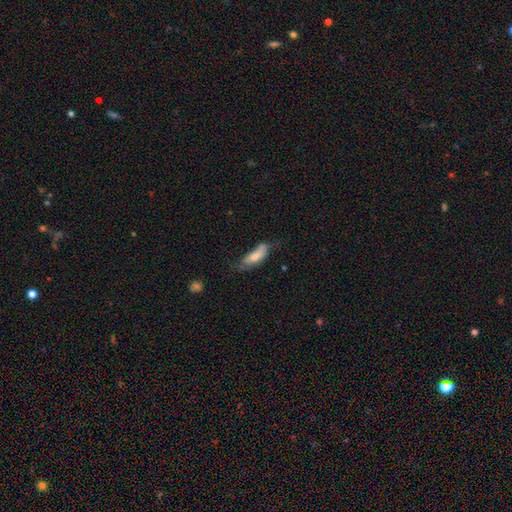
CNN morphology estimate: Smooth or featured? Predicted: smooth (p=0.71). How rounded? Predicted: in between (p=0.61). Merging? Predicted: none (p=0.41).